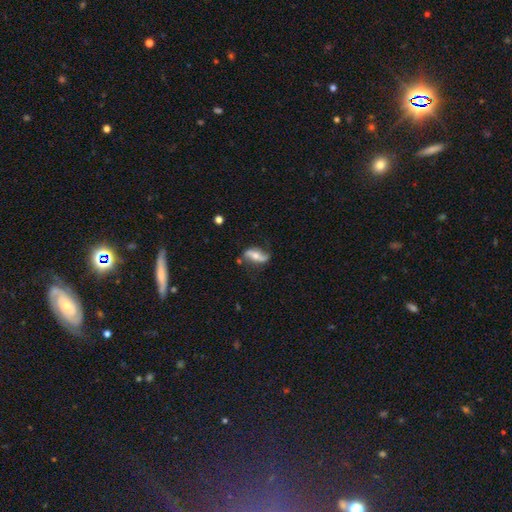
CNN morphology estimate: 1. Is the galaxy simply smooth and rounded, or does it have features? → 70% featured or disk, 23% smooth, 7% star or artifact.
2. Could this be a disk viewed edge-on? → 86% no, 14% yes.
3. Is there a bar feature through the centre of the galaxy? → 37% no (tied), 37% strong (tied), 26% weak.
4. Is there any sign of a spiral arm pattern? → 88% yes, 12% no.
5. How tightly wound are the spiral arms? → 77% loose, 16% medium, 7% tight.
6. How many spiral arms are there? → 88% 2, 5% 1, 4% can't tell, 1% 3, 1% 4, 1% more than 4.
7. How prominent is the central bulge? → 57% moderate, 35% small, 4% large, 2% none, 1% dominant.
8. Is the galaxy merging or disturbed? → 68% none, 21% minor disturbance, 8% major disturbance, 3% merger.